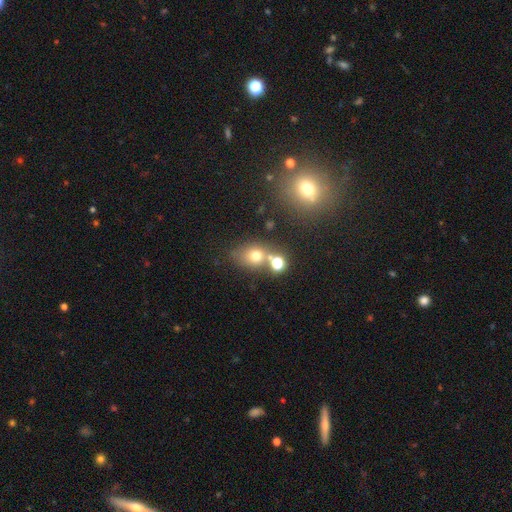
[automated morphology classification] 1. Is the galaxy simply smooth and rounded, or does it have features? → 67% smooth, 18% star or artifact, 15% featured or disk.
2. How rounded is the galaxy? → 54% round, 44% in between, 2% cigar-shaped.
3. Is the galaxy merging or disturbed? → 49% none, 31% merger, 13% minor disturbance, 7% major disturbance.